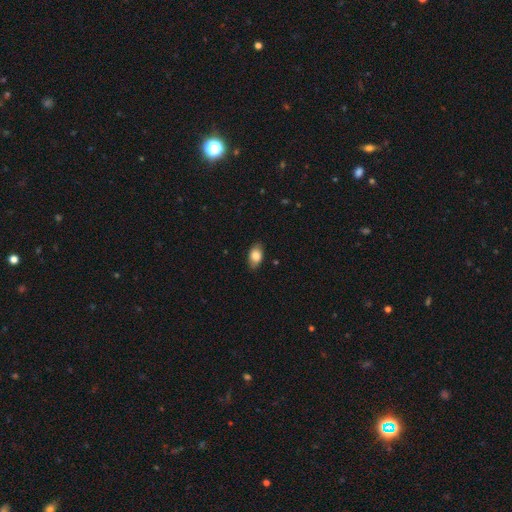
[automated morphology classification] smooth_or_featured: smooth (p=0.83) [alt: featured or disk p=0.10]
how_rounded: in between (p=0.89) [alt: round p=0.08]
merging: none (p=0.84) [alt: minor disturbance p=0.13]